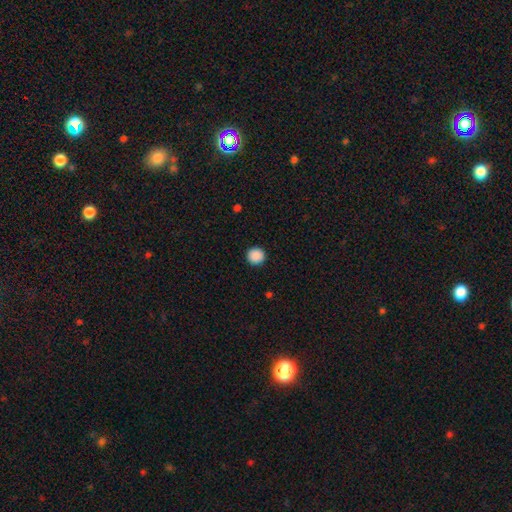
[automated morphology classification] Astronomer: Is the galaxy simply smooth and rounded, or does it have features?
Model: smooth — 89%.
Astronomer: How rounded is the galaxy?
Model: round — 94%.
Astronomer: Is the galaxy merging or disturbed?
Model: none — 93%.